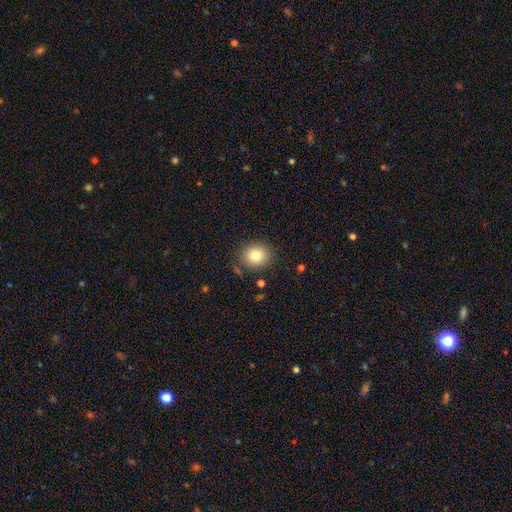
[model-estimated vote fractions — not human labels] Overall: smooth (81%). How rounded: round (78%). Merging: none (86%).